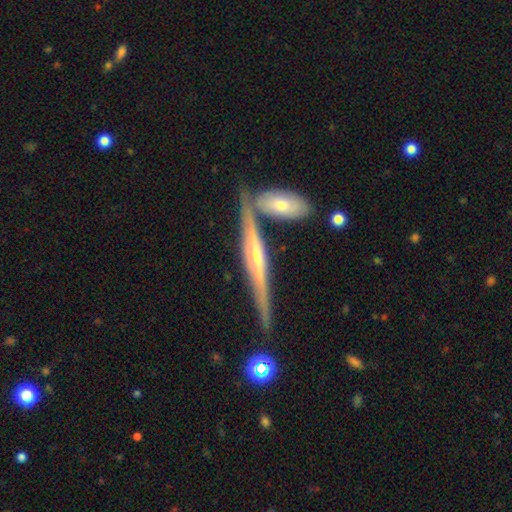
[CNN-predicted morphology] This is likely a featured or disk galaxy (79%). It is clearly viewed edge-on (96%). Edge-on bulge: likely rounded (64%). Merging: likely none (74%).